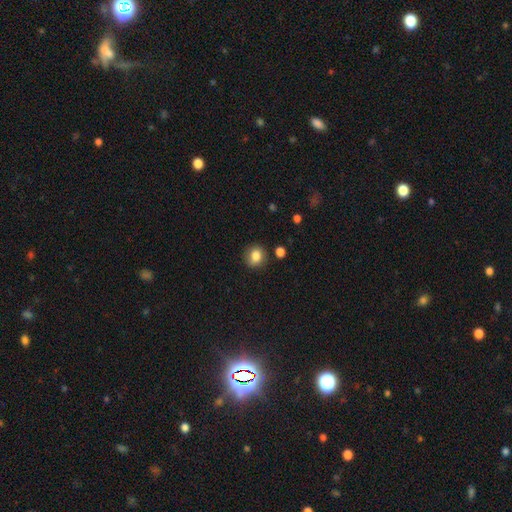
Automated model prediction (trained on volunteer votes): smooth 83%, star or artifact 10%, featured or disk 7%. Down the decision tree: how rounded — round (74%); merging — none (82%).